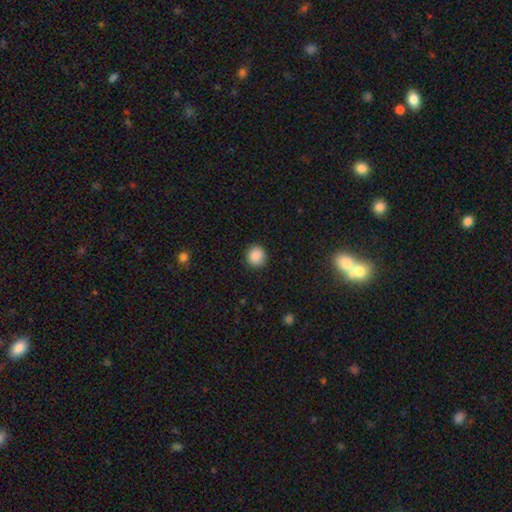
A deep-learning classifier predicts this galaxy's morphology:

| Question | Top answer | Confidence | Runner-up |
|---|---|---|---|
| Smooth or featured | smooth | 87% | star or artifact (9%) |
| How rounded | round | 89% | in between (10%) |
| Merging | none | 90% | minor disturbance (7%) |